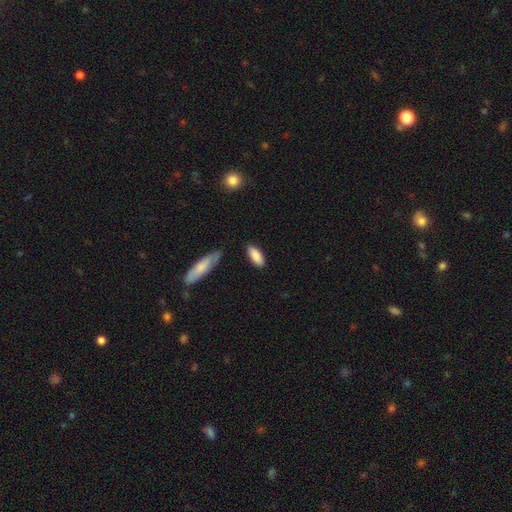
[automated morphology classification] This appears to be a smooth galaxy with no disk features (87%) that is in between round and cigar-shaped (76%). Merging: none (83%).